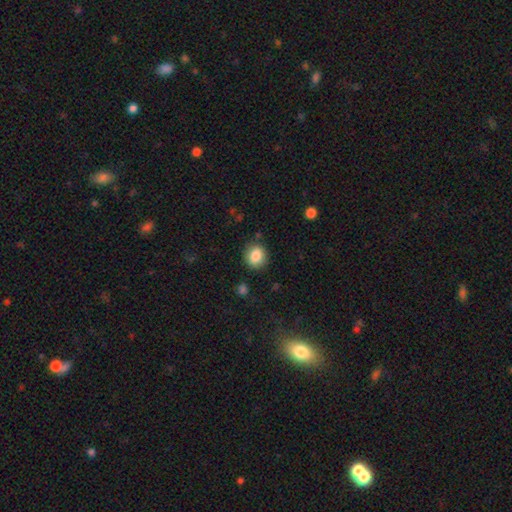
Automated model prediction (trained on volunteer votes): smooth 85%, star or artifact 9%, featured or disk 6%. Down the decision tree: how rounded — round (73%); merging — none (85%).